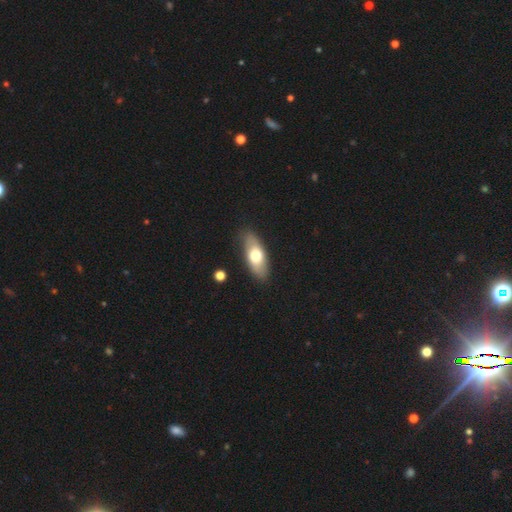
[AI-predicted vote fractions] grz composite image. It shows a smooth galaxy with no disk features (64%) that is in between round and cigar-shaped (81%). Merging: none (83%).